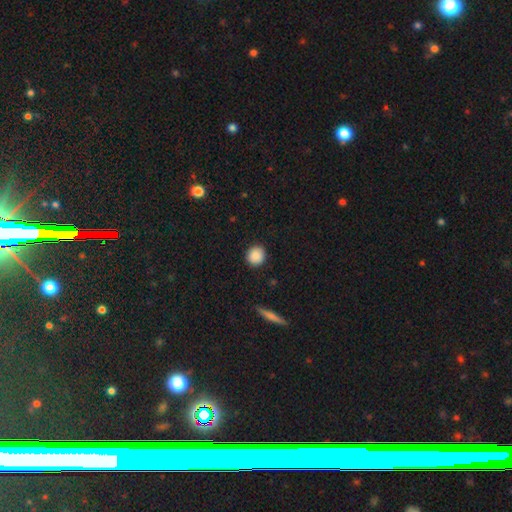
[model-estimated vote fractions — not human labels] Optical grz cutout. It shows a smooth galaxy with no disk features (89%) that is round (91%). Merging: none (91%).